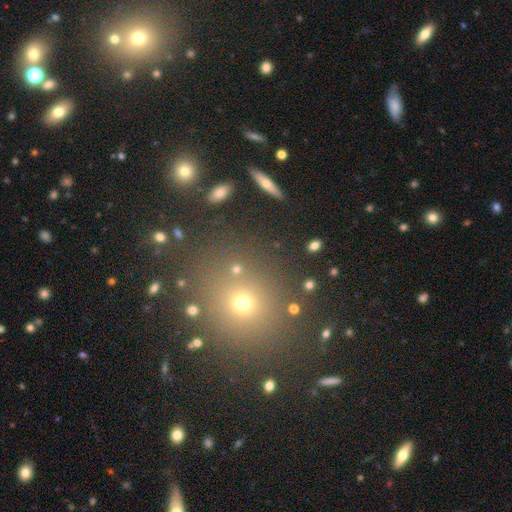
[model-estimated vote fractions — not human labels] Smooth or featured?
  - smooth: 52% *
  - star or artifact: 38%
  - featured or disk: 9%
How rounded?
  - round: 80% *
  - in between: 19%
  - cigar-shaped: 1%
Merging?
  - none: 84% *
  - minor disturbance: 7%
  - merger: 4%
  - major disturbance: 4%